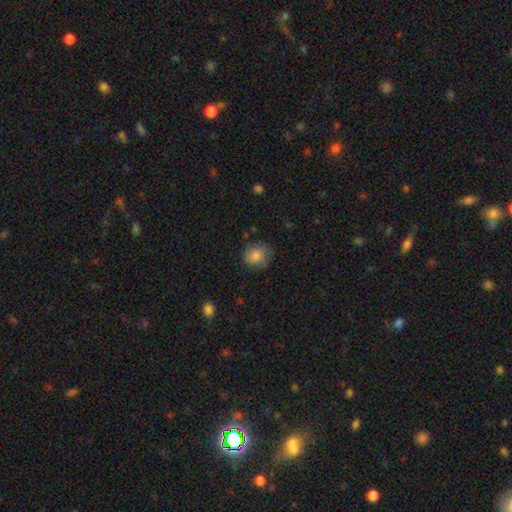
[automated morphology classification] A smooth galaxy with no disk features (83%) that is round (79%). Merging: none (76%).